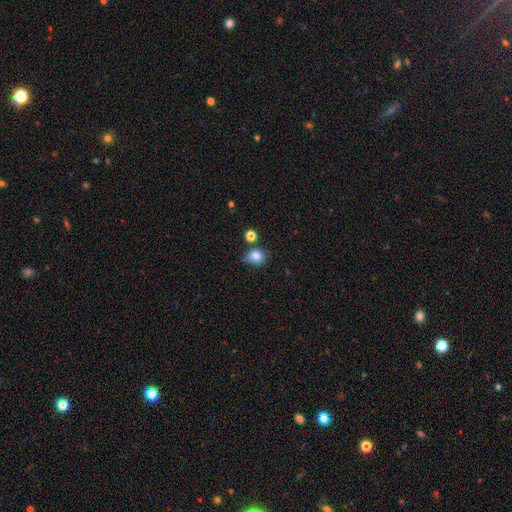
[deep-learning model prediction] Q: Smooth or featured?
A: smooth (81%); runner-up: star or artifact (11%)
Q: How rounded?
A: round (71%); runner-up: in between (28%)
Q: Merging?
A: none (64%); runner-up: minor disturbance (23%)